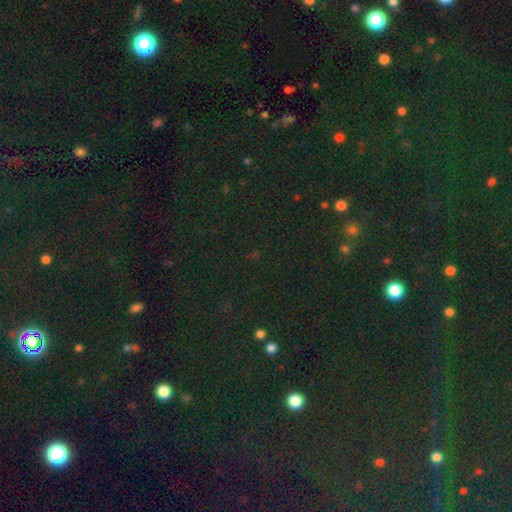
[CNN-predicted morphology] star or artifact 78%, smooth 15%, featured or disk 8%.